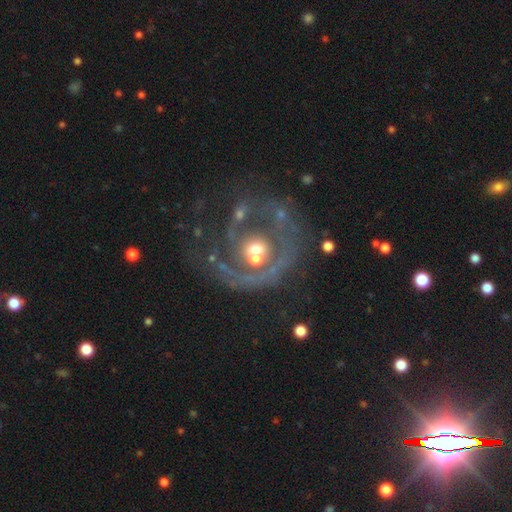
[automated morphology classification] A featured or disk galaxy (68%) with no bar (80%), spiral arms (55%) and a moderate central bulge (59%).

Vote fractions:
- Smooth or featured? featured or disk: 68% / smooth: 20% / star or artifact: 11%
- Edge-on disk? no: 97% / yes: 3%
- Bar? no: 80% / weak: 15% / strong: 5%
- Spiral arms? yes: 55% / no: 45%
- Bulge size? moderate: 59% / small: 22% / large: 12% / none: 4% / dominant: 3%
- Merging? none: 40% / major disturbance: 25% / merger: 20% / minor disturbance: 16%